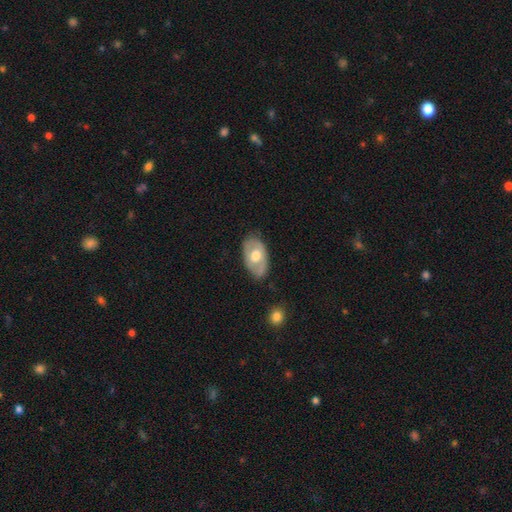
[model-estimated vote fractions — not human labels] smooth_or_featured: featured or disk (p=0.49) [alt: smooth p=0.45]
merging: none (p=0.75) [alt: minor disturbance p=0.19]